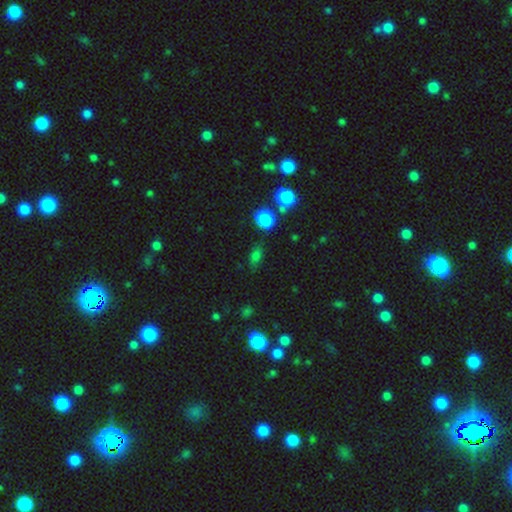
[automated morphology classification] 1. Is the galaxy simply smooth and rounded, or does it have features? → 70% smooth, 21% star or artifact, 9% featured or disk.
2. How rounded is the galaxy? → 65% in between, 29% round, 6% cigar-shaped.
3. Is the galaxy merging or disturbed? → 70% none, 18% minor disturbance, 7% major disturbance, 5% merger.